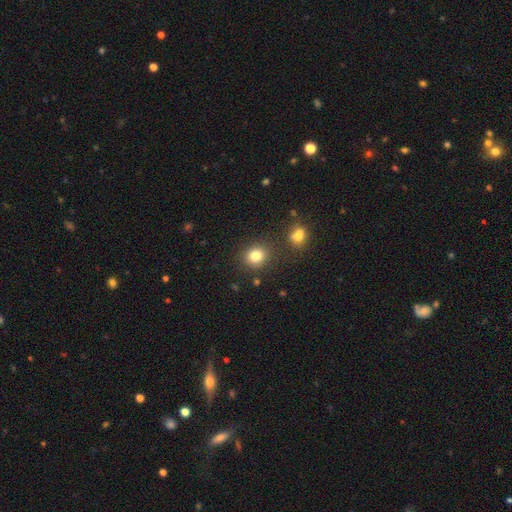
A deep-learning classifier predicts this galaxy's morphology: smooth 82%, star or artifact 12%, featured or disk 6%. Down the decision tree: how rounded — round (76%); merging — none (83%).